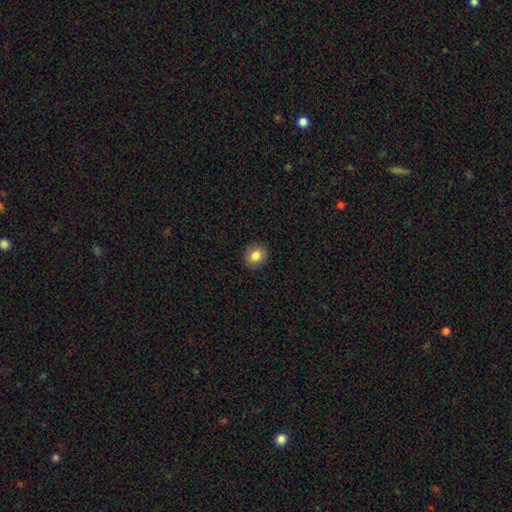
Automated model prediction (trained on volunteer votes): This is clearly a smooth galaxy (83%). How rounded: likely round (69%). Merging: clearly none (90%).